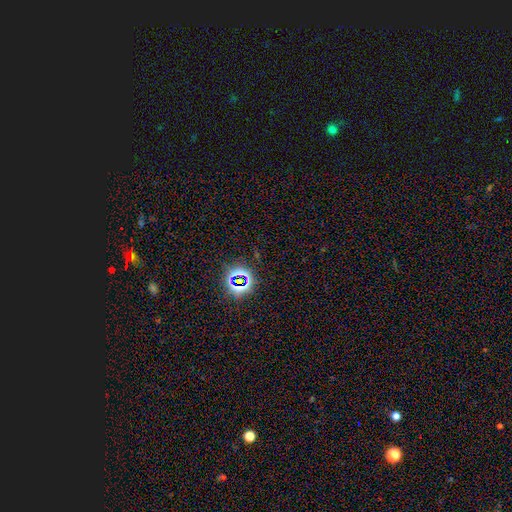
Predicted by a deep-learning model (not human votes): A star or artifact, not a galaxy (77%).

Vote fractions:
- Smooth or featured? star or artifact: 77% / smooth: 15% / featured or disk: 8%